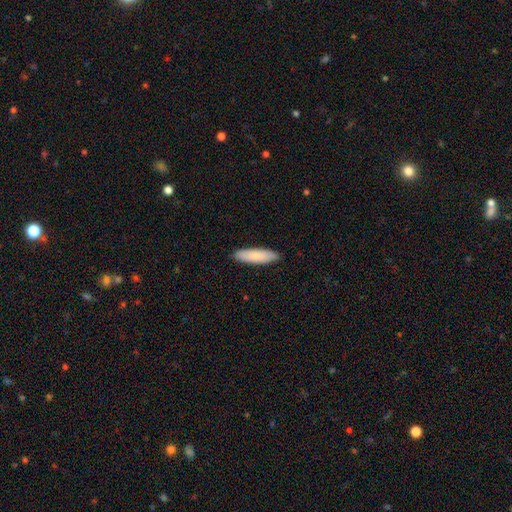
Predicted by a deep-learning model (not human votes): A smooth galaxy with no disk features (85%) that is cigar-shaped (57%).

Vote fractions:
- Smooth or featured? smooth: 85% / featured or disk: 9% / star or artifact: 5%
- How rounded? cigar-shaped: 57% / in between: 42% / round: 1%
- Merging? none: 90% / minor disturbance: 8% / major disturbance: 1% / merger: 1%